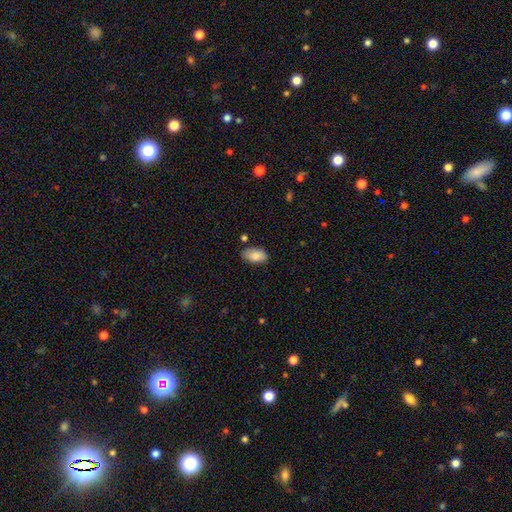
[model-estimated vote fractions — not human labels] Overall: smooth (86%). How rounded: in between (94%). Merging: none (76%).